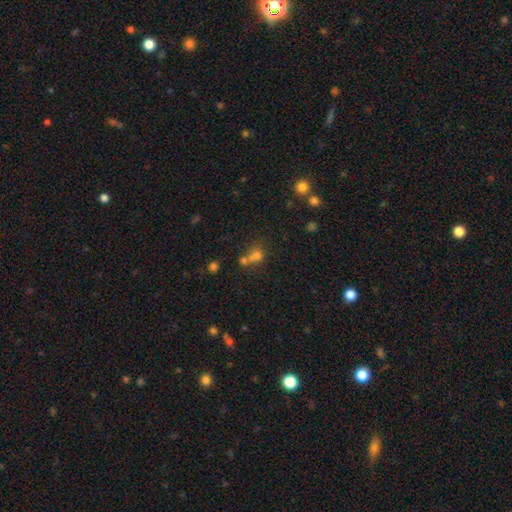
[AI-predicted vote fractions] Morphology: type=smooth (66%); roundness=round (76%); merging=merger (52%).